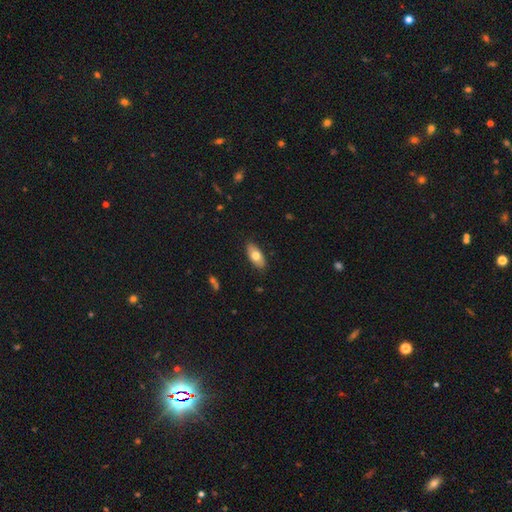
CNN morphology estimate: This appears to be a smooth galaxy with no disk features (71%) that is in between round and cigar-shaped (90%). Merging: none (87%).